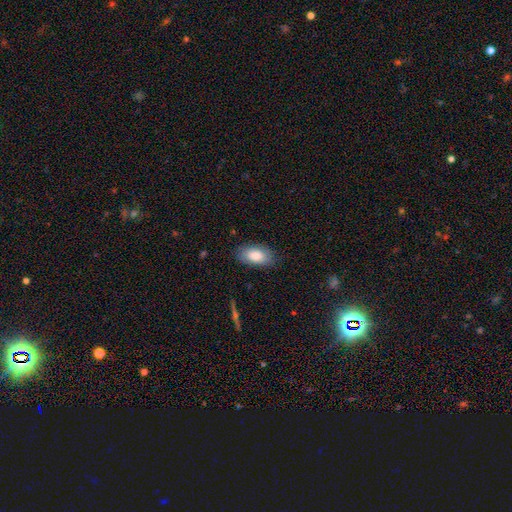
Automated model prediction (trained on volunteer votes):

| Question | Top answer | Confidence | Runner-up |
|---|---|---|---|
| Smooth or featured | smooth | 84% | featured or disk (10%) |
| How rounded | in between | 94% | round (4%) |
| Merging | none | 80% | minor disturbance (16%) |